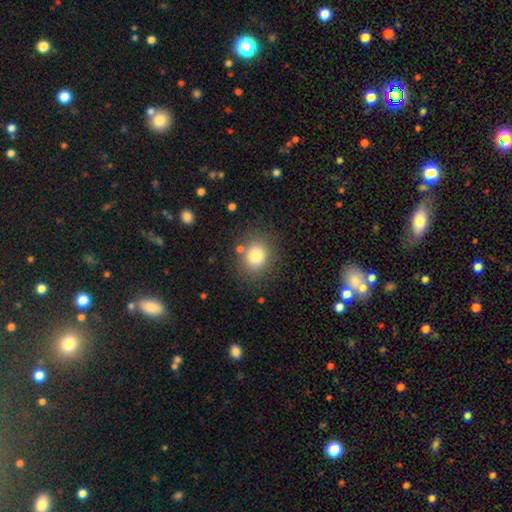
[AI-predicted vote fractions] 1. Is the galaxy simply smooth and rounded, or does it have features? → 79% smooth, 12% star or artifact, 9% featured or disk.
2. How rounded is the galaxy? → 74% round, 25% in between, 1% cigar-shaped.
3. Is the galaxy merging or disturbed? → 81% none, 10% minor disturbance, 5% merger, 4% major disturbance.